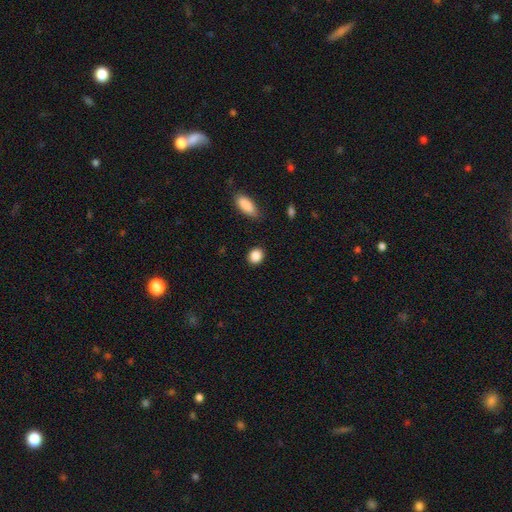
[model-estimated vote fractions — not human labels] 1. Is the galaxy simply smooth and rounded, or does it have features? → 87% smooth, 9% star or artifact, 4% featured or disk.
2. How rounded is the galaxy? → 69% round, 29% in between, 1% cigar-shaped.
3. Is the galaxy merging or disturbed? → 88% none, 8% minor disturbance, 2% major disturbance, 2% merger.